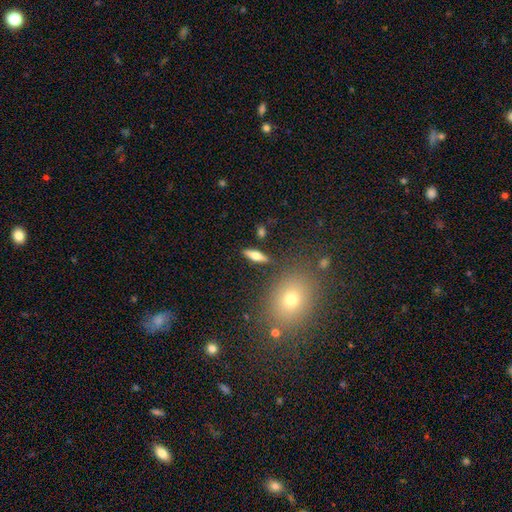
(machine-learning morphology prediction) A smooth galaxy with no disk features (54%) that is cigar-shaped (48%). Merging: none (85%).